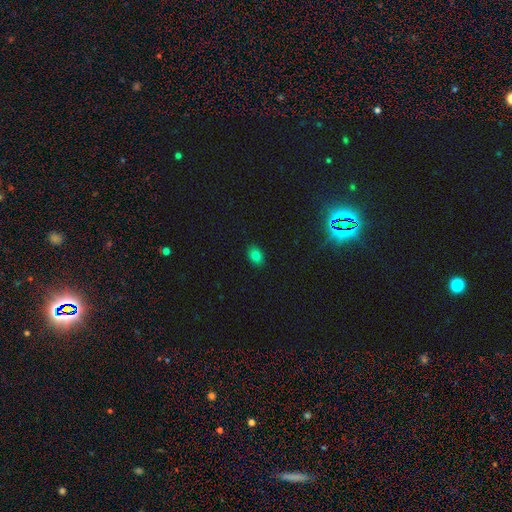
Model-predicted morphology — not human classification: Q: Smooth or featured?
A: smooth (80%); runner-up: star or artifact (15%)
Q: How rounded?
A: in between (71%); runner-up: round (28%)
Q: Merging?
A: none (88%); runner-up: minor disturbance (9%)